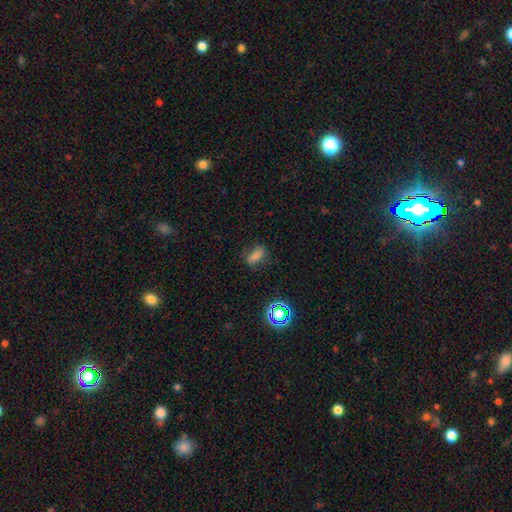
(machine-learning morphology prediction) Smooth or featured? Predicted: smooth (p=0.65). How rounded? Predicted: in between (p=0.74). Merging? Predicted: none (p=0.77).